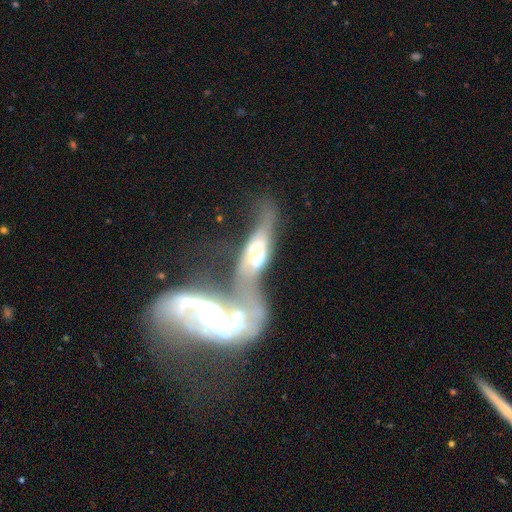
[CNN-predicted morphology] The model was most divided on "bulge size": moderate: 47%, small: 29%, large: 11%, none: 10%, dominant: 3%. More confident: edge-on disk — no (80%); merging — merger (75%); smooth or featured — featured or disk (73%); spiral arms — yes (71%); bar — no (60%).